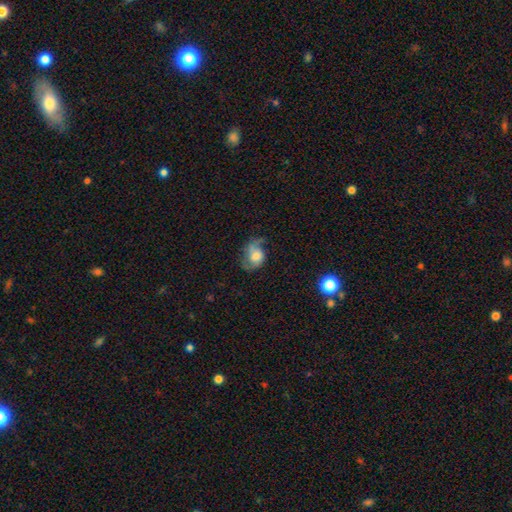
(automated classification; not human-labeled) A smooth galaxy with no disk features (48%). Merging: none (36%).